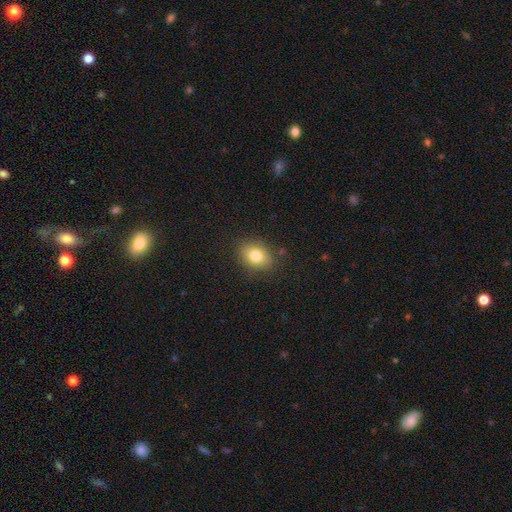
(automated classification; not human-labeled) This is likely a smooth galaxy (80%). How rounded: likely in between (66%). Merging: clearly none (85%).